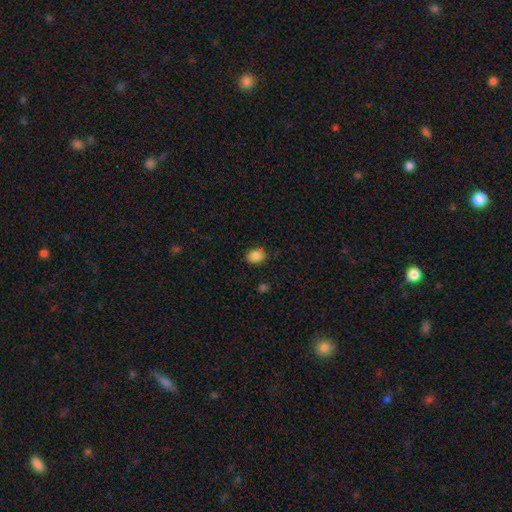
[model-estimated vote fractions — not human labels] Smooth or featured: smooth — 86% (star or artifact — 9%)
How rounded: in between — 64% (round — 35%)
Merging: none — 83% (minor disturbance — 13%)